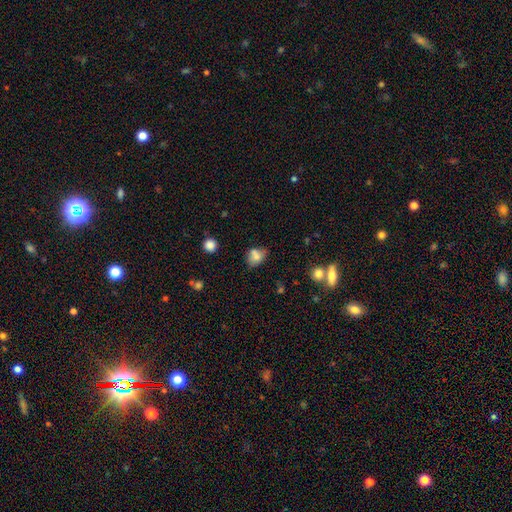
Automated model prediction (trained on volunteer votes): Morphology: type=smooth (73%); roundness=in between (59%); merging=none (50%).